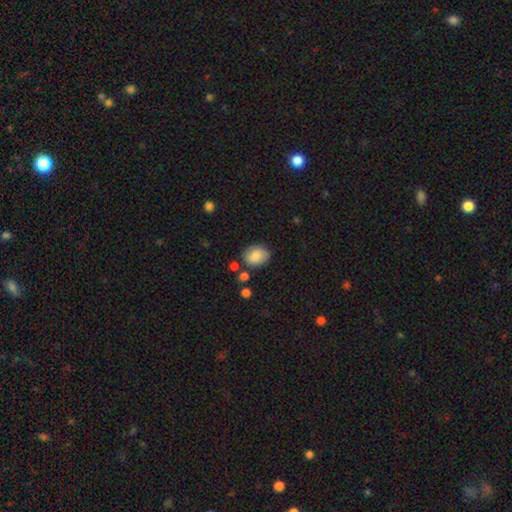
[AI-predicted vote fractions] A smooth galaxy with no disk features (80%) that is in between round and cigar-shaped (51%).

Vote fractions:
- Smooth or featured? smooth: 80% / featured or disk: 12% / star or artifact: 8%
- How rounded? in between: 51% / round: 48% / cigar-shaped: 1%
- Merging? none: 77% / minor disturbance: 15% / merger: 5% / major disturbance: 3%